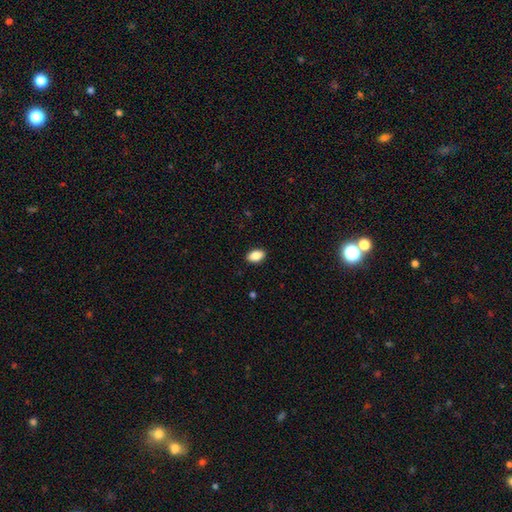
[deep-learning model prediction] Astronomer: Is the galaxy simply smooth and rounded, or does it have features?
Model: smooth — 88%.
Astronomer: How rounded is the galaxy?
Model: in between — 91%.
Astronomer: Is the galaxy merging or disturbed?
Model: none — 90%.